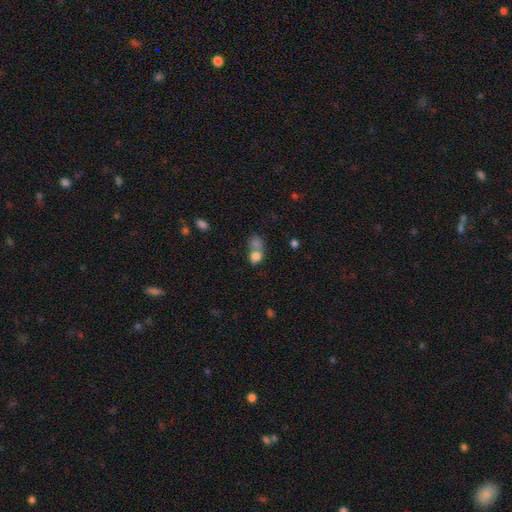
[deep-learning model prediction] The model was most divided on "how rounded" (2-way tie): round: 49%, in between: 49%, cigar-shaped: 2%. More confident: smooth or featured — smooth (78%); merging — merger (58%).